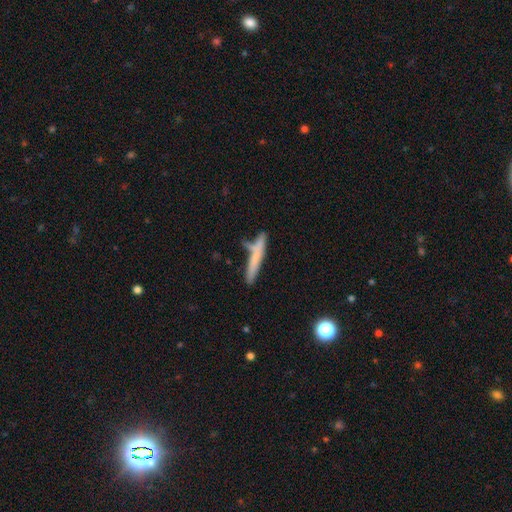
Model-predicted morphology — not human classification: A smooth galaxy with no disk features (61%) that is cigar-shaped (92%).

Vote fractions:
- Smooth or featured? smooth: 61% / featured or disk: 31% / star or artifact: 8%
- How rounded? cigar-shaped: 92% / in between: 6% / round: 2%
- Merging? none: 61% / minor disturbance: 17% / merger: 17% / major disturbance: 6%